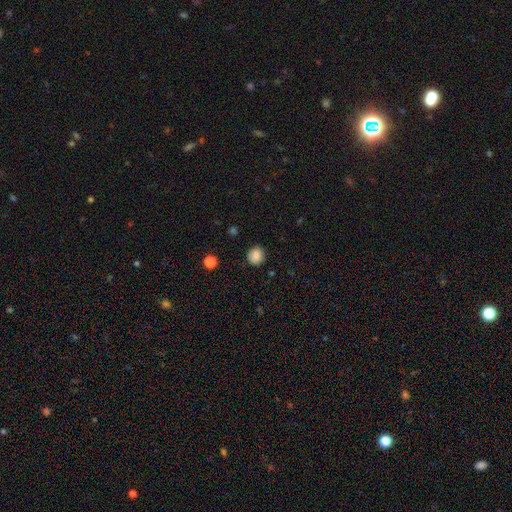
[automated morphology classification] This appears to be a smooth galaxy with no disk features (86%) that is round (83%). Merging: none (87%).